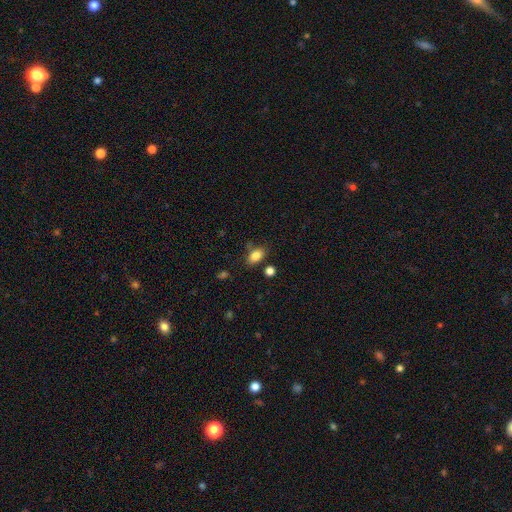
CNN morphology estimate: This is clearly a smooth galaxy (84%). How rounded: clearly in between (84%). Merging: likely none (74%).